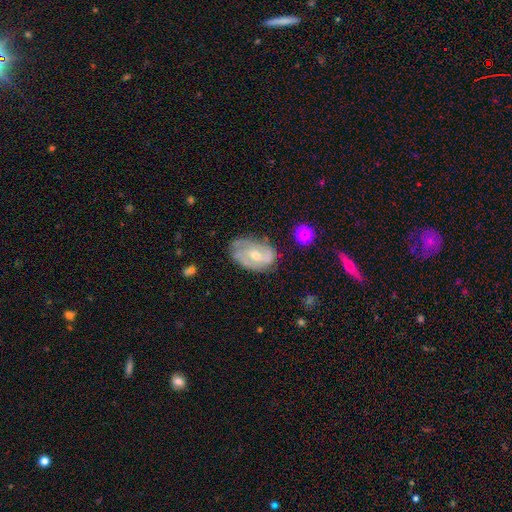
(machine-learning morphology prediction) This is likely a featured or disk galaxy (71%). It is clearly not viewed edge-on (95%). Bar: possibly no (50%). Spiral arm pattern: likely yes (78%). Spiral arm count: marginally 2 (41%). Spiral winding: marginally tight (43%). Central bulge: likely moderate (60%). Merging: possibly none (59%).